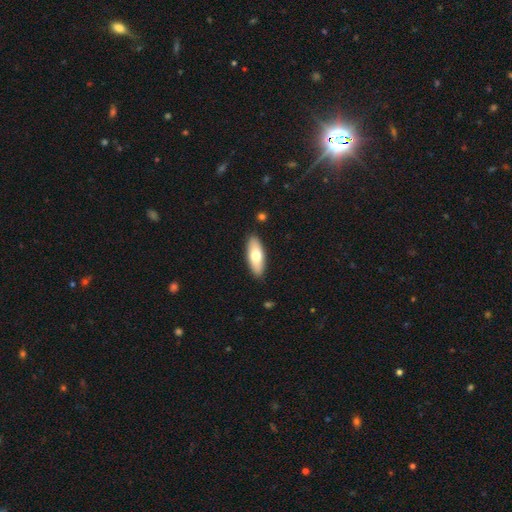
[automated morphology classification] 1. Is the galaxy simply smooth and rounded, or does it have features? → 67% smooth, 28% featured or disk, 6% star or artifact.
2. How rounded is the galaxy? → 69% in between, 29% cigar-shaped, 2% round.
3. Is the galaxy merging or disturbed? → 88% none, 9% minor disturbance, 2% major disturbance, 1% merger.